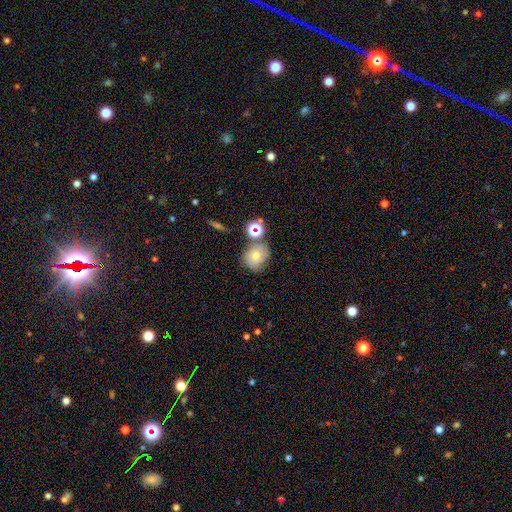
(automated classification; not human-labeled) smooth-or-featured: smooth: 57% | featured or disk: 27% | star or artifact: 17%
  how-rounded: round: 64% | in between: 35% | cigar-shaped: 1%
  merging: none: 61% | minor disturbance: 18% | merger: 15% | major disturbance: 6%